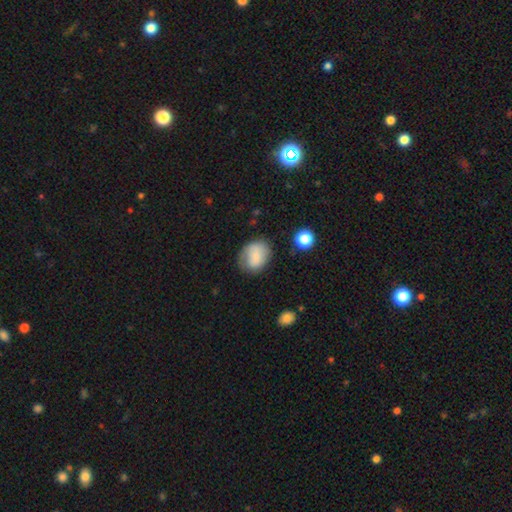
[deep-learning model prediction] Smooth or featured? Predicted: smooth (p=0.75). How rounded? Predicted: in between (p=0.53). Merging? Predicted: none (p=0.63).